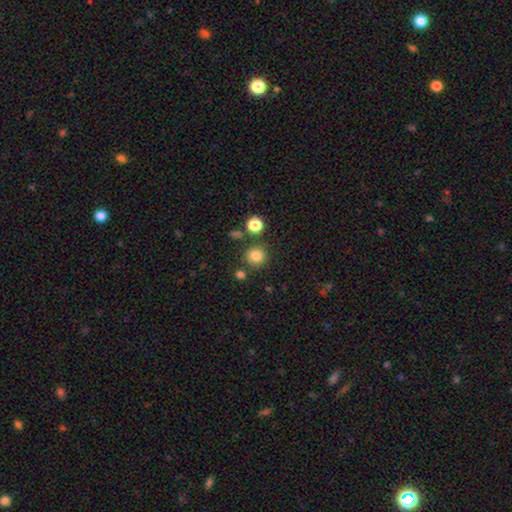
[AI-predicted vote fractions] This is clearly a smooth galaxy (83%). How rounded: clearly round (92%). Merging: clearly none (82%).